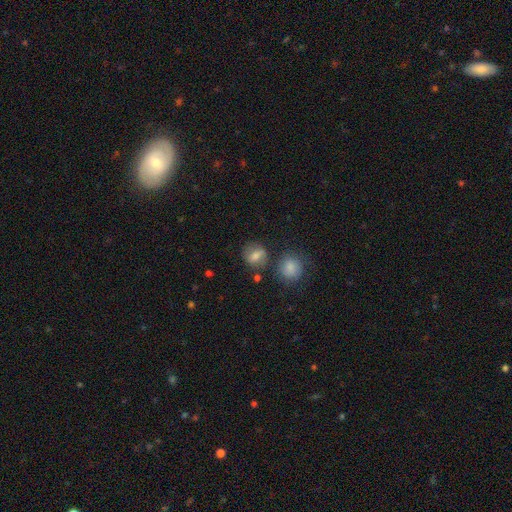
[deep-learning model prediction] smooth 70%, featured or disk 19%, star or artifact 11%. Down the decision tree: how rounded — round (63%); merging — none (70%).